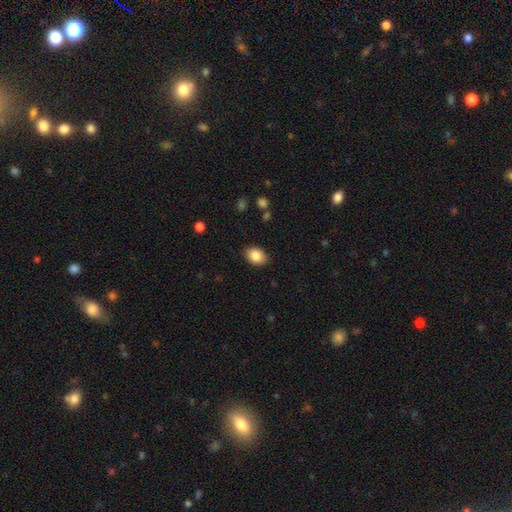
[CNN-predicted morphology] Q: Smooth or featured?
A: smooth (86%); runner-up: star or artifact (8%)
Q: How rounded?
A: in between (76%); runner-up: round (23%)
Q: Merging?
A: none (87%); runner-up: minor disturbance (10%)